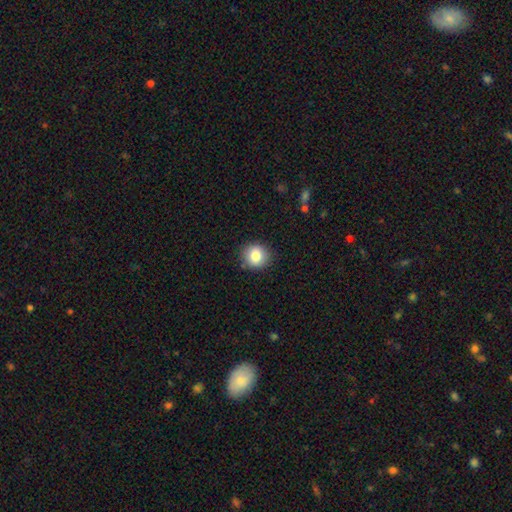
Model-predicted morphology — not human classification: Smooth or featured? smooth (84%)
How rounded? round (87%)
Merging? none (88%)